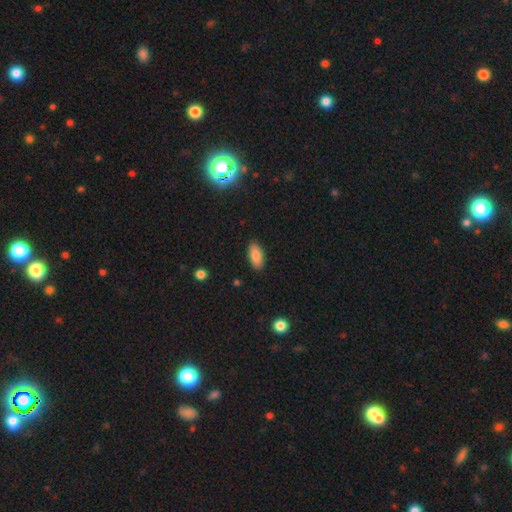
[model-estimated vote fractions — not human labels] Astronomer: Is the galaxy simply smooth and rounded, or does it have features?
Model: smooth — 84%.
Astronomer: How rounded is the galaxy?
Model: in between — 89%.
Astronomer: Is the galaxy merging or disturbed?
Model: none — 88%.